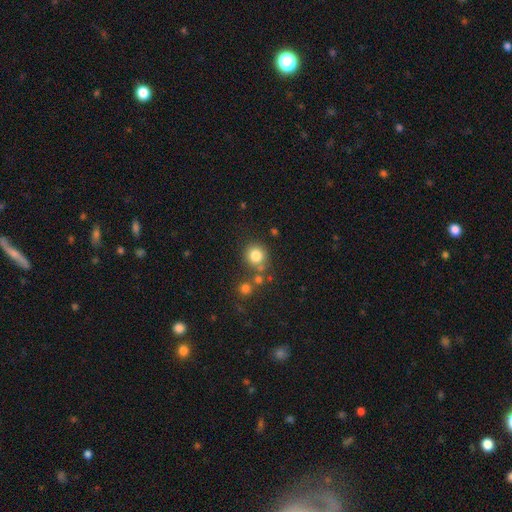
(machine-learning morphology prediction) Smooth or featured?
  - smooth: 81% *
  - star or artifact: 12%
  - featured or disk: 7%
How rounded?
  - round: 87% *
  - in between: 13%
  - cigar-shaped: 1%
Merging?
  - none: 69% *
  - merger: 14%
  - minor disturbance: 12%
  - major disturbance: 5%